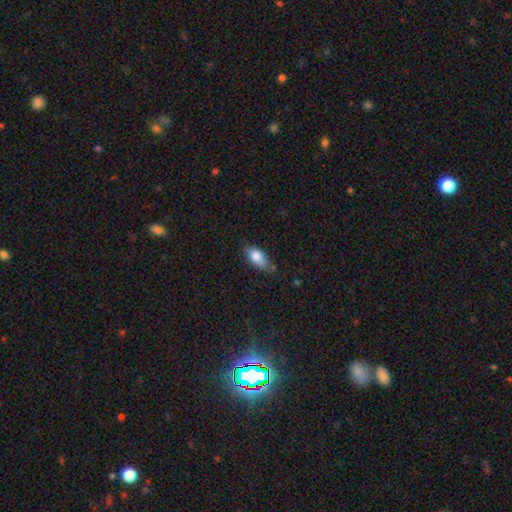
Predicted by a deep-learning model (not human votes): Smooth or featured? Predicted: smooth (p=0.81). How rounded? Predicted: in between (p=0.87). Merging? Predicted: none (p=0.61).